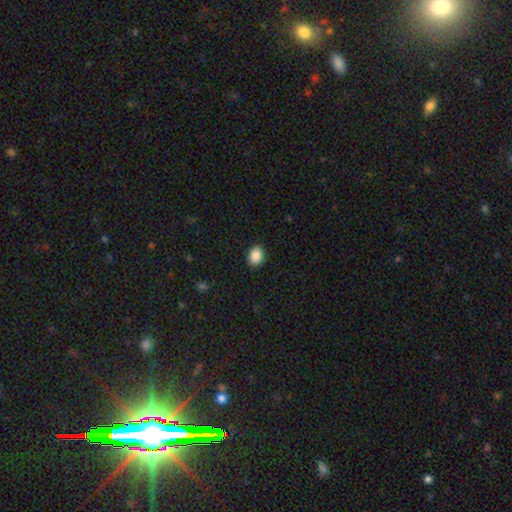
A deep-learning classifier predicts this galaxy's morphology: Smooth or featured? Predicted: smooth (p=0.89). How rounded? Predicted: in between (p=0.60). Merging? Predicted: none (p=0.90).